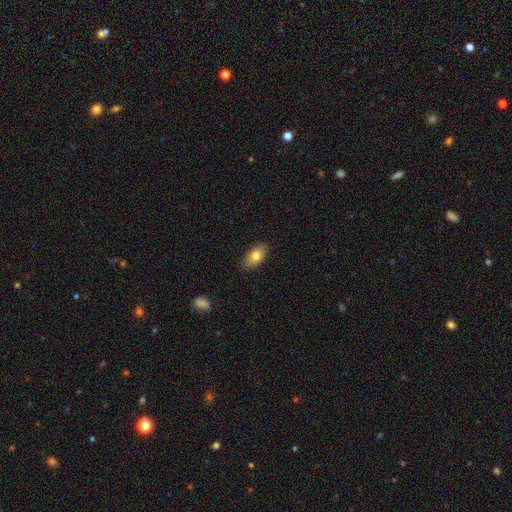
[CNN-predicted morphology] The model was most divided on "smooth or featured": smooth: 76%, featured or disk: 17%, star or artifact: 7%. More confident: how rounded — in between (91%); merging — none (86%).